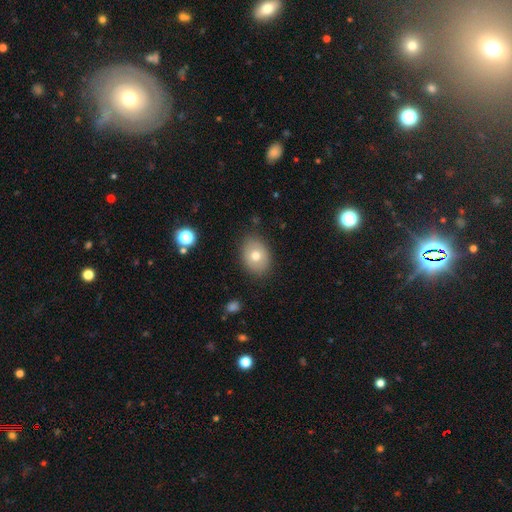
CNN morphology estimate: type=smooth (72%); roundness=in between (69%); merging=none (83%).